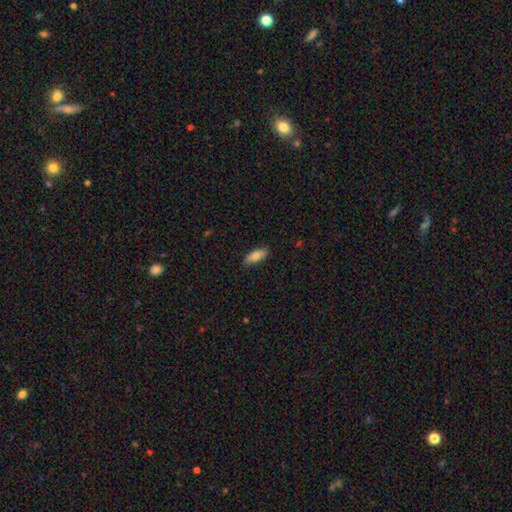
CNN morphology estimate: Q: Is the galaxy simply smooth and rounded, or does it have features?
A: smooth — 79%.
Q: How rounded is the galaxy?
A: in between — 74%.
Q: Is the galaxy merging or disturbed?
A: none — 85%.